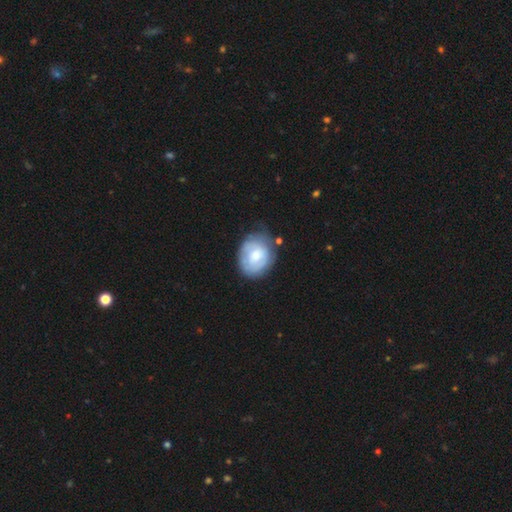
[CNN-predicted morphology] Smooth or featured?
  - smooth: 54% *
  - featured or disk: 40%
  - star or artifact: 6%
How rounded?
  - round: 54% *
  - in between: 45%
  - cigar-shaped: 1%
Merging?
  - none: 61% *
  - minor disturbance: 26%
  - major disturbance: 9%
  - merger: 4%